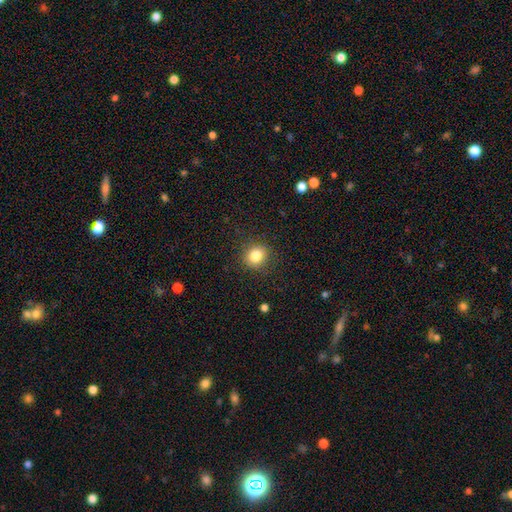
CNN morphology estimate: smooth-or-featured: smooth: 83% | star or artifact: 11% | featured or disk: 6%
  how-rounded: round: 82% | in between: 17% | cigar-shaped: 1%
  merging: none: 89% | minor disturbance: 7% | major disturbance: 3% | merger: 1%